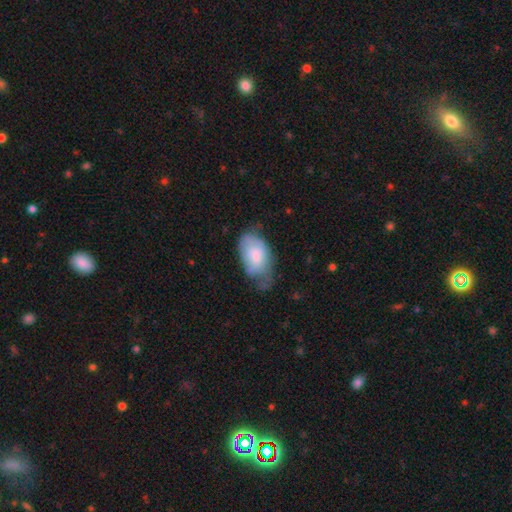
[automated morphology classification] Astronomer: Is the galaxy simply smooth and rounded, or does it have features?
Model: smooth — 66%.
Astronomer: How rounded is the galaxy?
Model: in between — 93%.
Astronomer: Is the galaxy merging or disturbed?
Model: minor disturbance — 40% (runner-up: none, 34%).